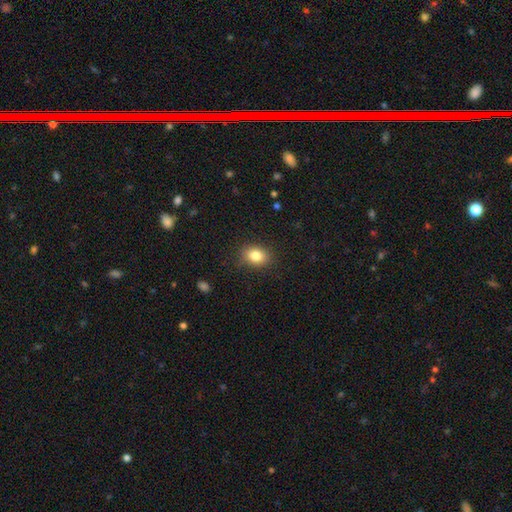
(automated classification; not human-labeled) smooth_or_featured: smooth (p=0.83) [alt: star or artifact p=0.10]
how_rounded: in between (p=0.59) [alt: round p=0.40]
merging: none (p=0.85) [alt: minor disturbance p=0.11]